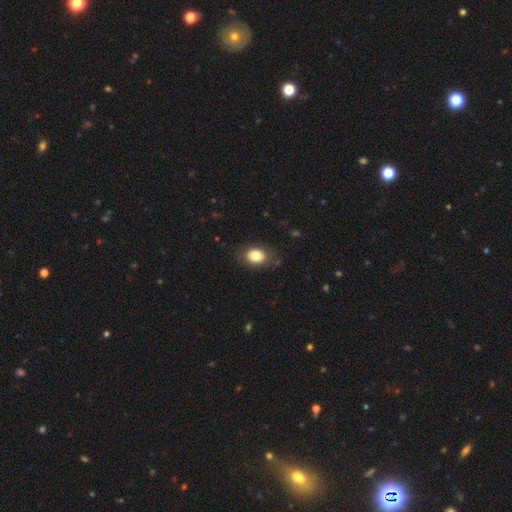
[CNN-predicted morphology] This appears to be a smooth galaxy with no disk features (81%) that is in between round and cigar-shaped (74%). Merging: none (79%).